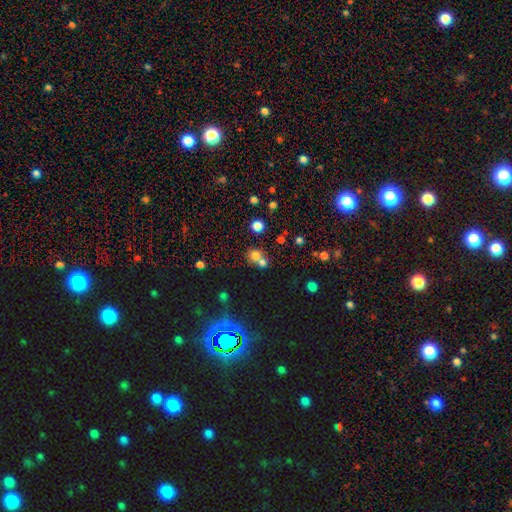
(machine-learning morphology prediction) A smooth galaxy with no disk features (70%) that is round (83%).

Vote fractions:
- Smooth or featured? smooth: 70% / star or artifact: 19% / featured or disk: 11%
- How rounded? round: 83% / in between: 16% / cigar-shaped: 1%
- Merging? merger: 47% / none: 44% / minor disturbance: 6% / major disturbance: 3%